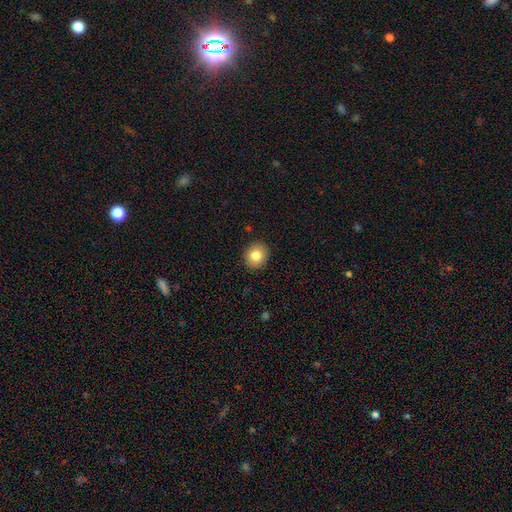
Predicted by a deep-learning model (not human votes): This is clearly a smooth galaxy (81%). How rounded: likely round (80%). Merging: clearly none (90%).